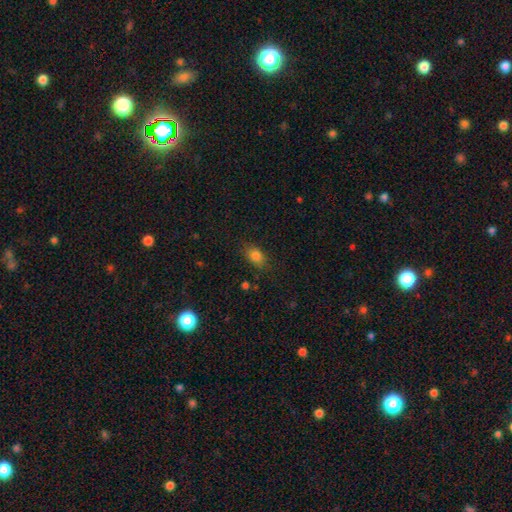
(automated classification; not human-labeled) Smooth or featured? smooth (82%)
How rounded? in between (77%)
Merging? none (79%)